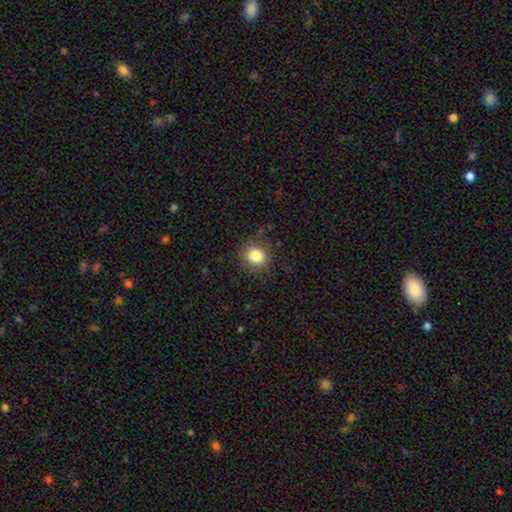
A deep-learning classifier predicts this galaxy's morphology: A smooth galaxy with no disk features (83%) that is round (83%). Merging: none (85%).